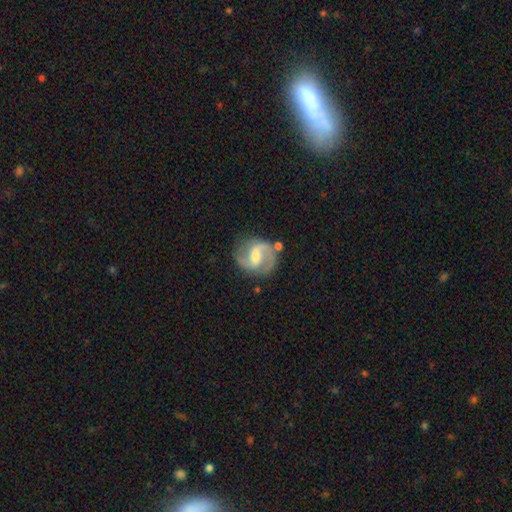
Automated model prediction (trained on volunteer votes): This appears to be a featured or disk galaxy (87%) with a weak bar (53%), 2 (92%) medium (57%) spiral arms (97%) and a moderate central bulge (48%). Merging: none (76%).